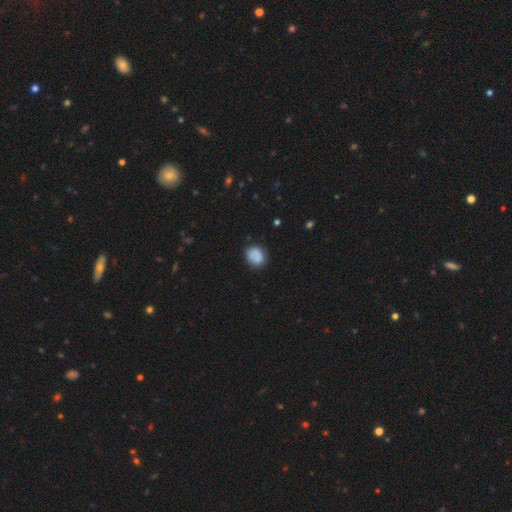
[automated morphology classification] Smooth or featured? Predicted: smooth (p=0.82). How rounded? Predicted: round (p=0.59). Merging? Predicted: none (p=0.76).